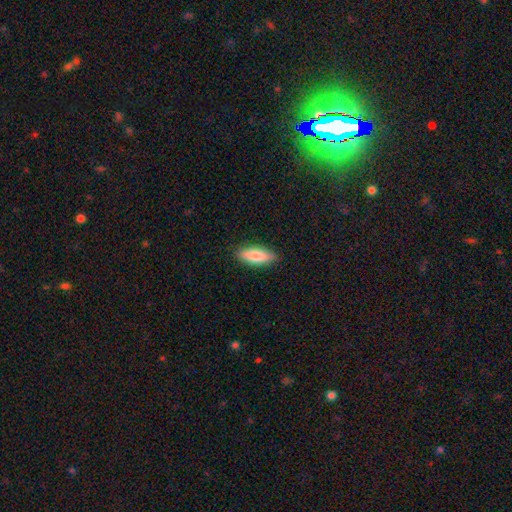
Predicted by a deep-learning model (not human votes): This is likely a smooth galaxy (80%). How rounded: likely in between (65%). Merging: clearly none (88%).